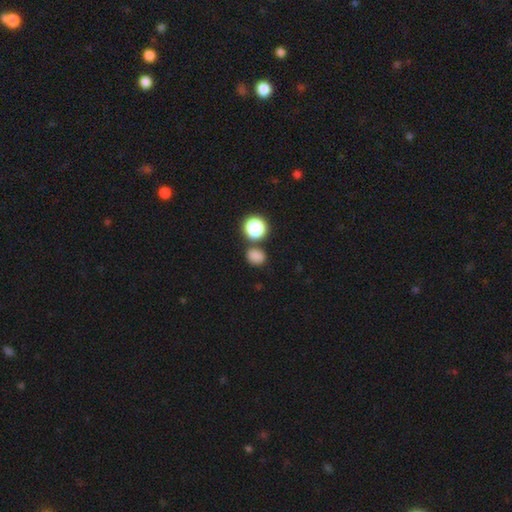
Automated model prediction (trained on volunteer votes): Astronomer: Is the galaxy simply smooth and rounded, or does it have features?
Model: smooth — 80%.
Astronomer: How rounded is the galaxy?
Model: round — 59% (runner-up: in between, 40%).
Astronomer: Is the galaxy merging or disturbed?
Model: none — 76%.